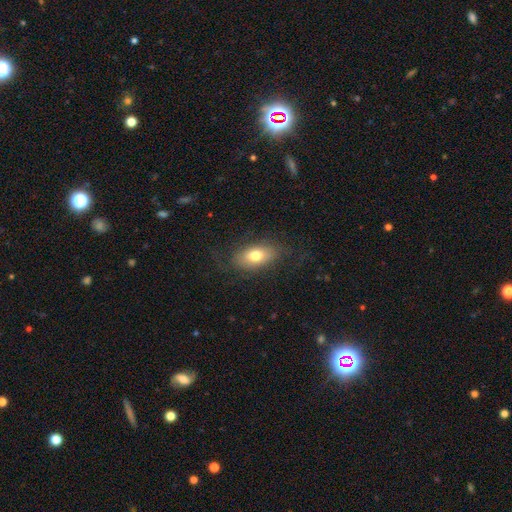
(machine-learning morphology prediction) Smooth or featured: smooth — 72% (featured or disk — 20%)
How rounded: in between — 88% (round — 7%)
Merging: none — 76% (minor disturbance — 14%)